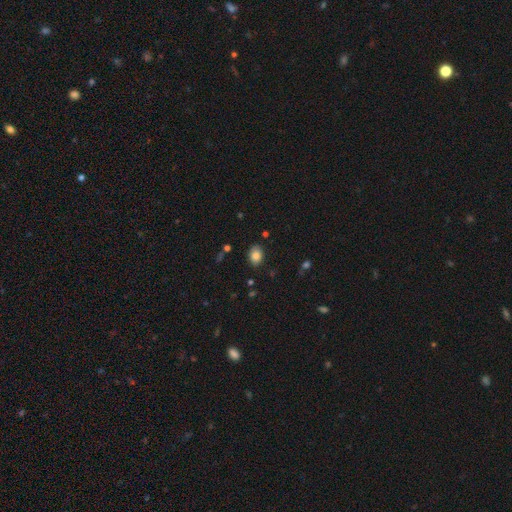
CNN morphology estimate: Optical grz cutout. It shows a smooth galaxy with no disk features (83%) that is in between round and cigar-shaped (71%). Merging: none (84%).